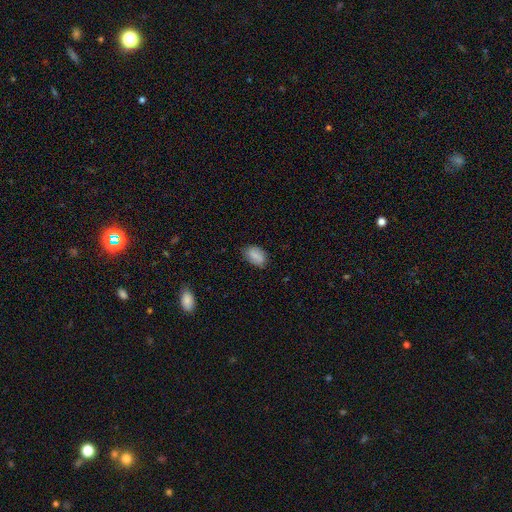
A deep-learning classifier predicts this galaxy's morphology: This appears to be a smooth galaxy with no disk features (81%) that is in between round and cigar-shaped (90%). Merging: none (76%).